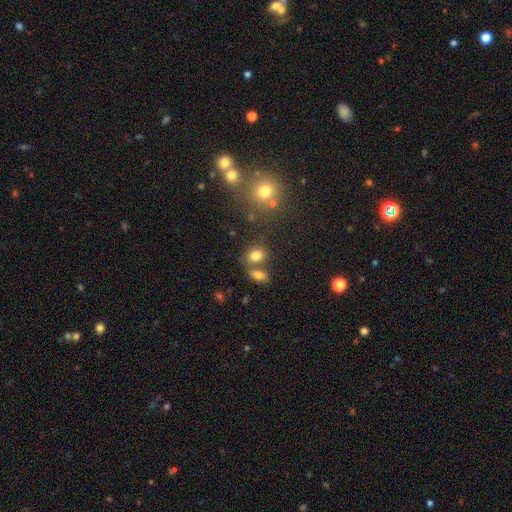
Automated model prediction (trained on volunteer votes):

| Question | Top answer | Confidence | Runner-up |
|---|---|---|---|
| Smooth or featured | smooth | 78% | star or artifact (13%) |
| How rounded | in between | 68% | round (30%) |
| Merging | none | 58% | merger (25%) |